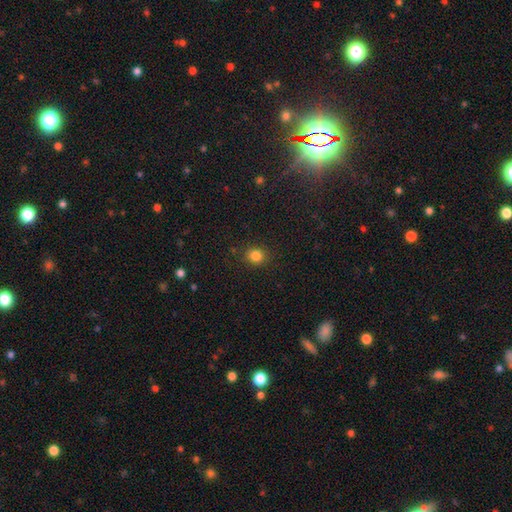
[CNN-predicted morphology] Smooth or featured? smooth (83%)
How rounded? round (80%)
Merging? none (87%)